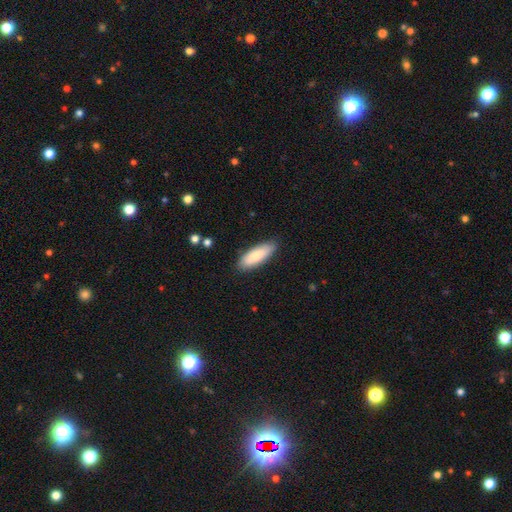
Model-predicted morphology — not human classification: This is clearly a smooth galaxy (82%). How rounded: likely in between (64%). Merging: clearly none (85%).